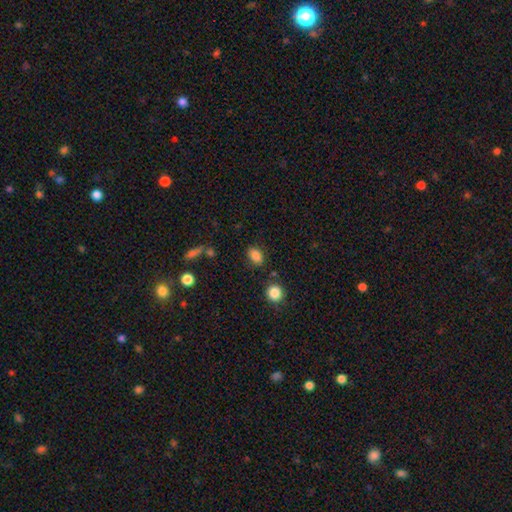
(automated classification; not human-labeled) This appears to be a smooth galaxy with no disk features (84%) that is in between round and cigar-shaped (81%). Merging: none (79%).